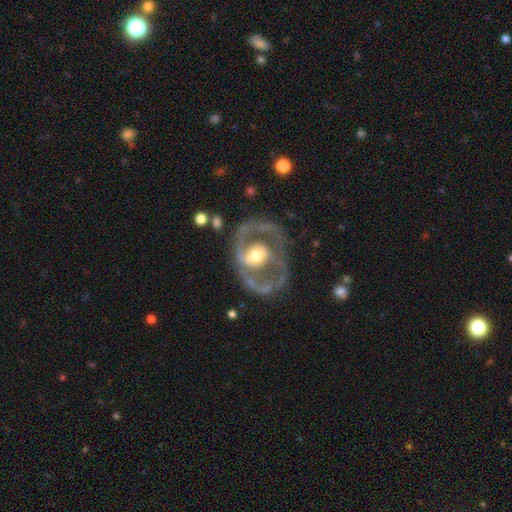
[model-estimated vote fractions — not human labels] Smooth or featured? featured or disk (82%)
Edge-on disk? no (96%)
Bar? no (41%)
Spiral arms? yes (70%)
Spiral winding? medium (49%)
Spiral arm count? 2 (73%)
Bulge size? moderate (66%)
Merging? none (61%)